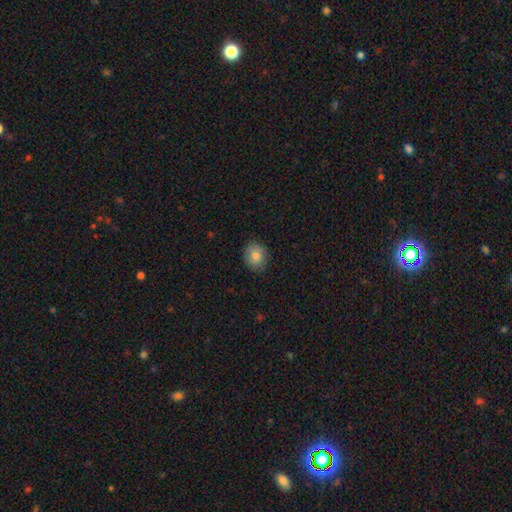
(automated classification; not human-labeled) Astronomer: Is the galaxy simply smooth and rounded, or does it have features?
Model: smooth — 81%.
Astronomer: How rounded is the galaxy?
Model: round — 67%.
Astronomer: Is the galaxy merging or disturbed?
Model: none — 86%.